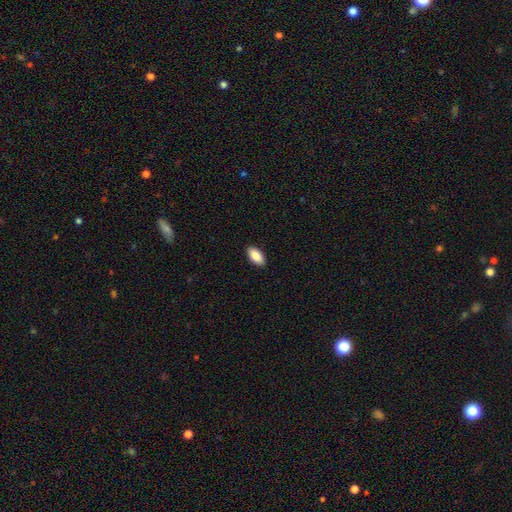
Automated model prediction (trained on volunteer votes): Q: Smooth or featured?
A: smooth (87%); runner-up: star or artifact (6%)
Q: How rounded?
A: in between (93%); runner-up: cigar-shaped (5%)
Q: Merging?
A: none (91%); runner-up: minor disturbance (7%)